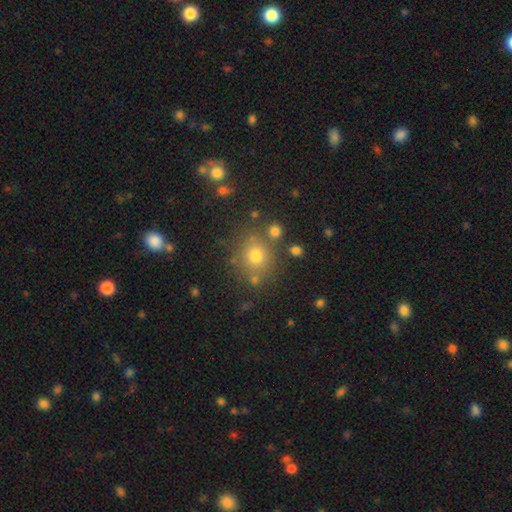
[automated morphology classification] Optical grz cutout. It shows a smooth galaxy with no disk features (72%) that is round (82%). Merging: none (77%).